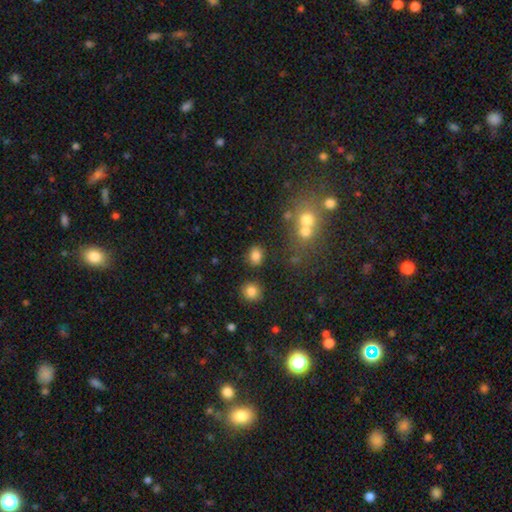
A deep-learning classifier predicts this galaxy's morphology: Smooth or featured? smooth (82%)
How rounded? in between (51%)
Merging? none (82%)